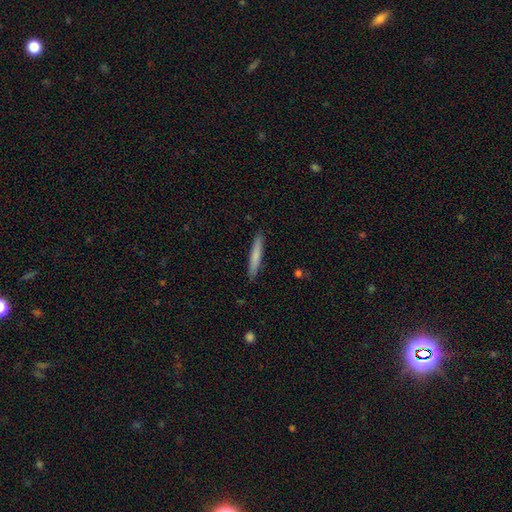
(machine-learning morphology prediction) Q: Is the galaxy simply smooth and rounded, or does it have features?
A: smooth — 74%.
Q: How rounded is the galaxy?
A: cigar-shaped — 95%.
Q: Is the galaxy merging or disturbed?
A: none — 90%.